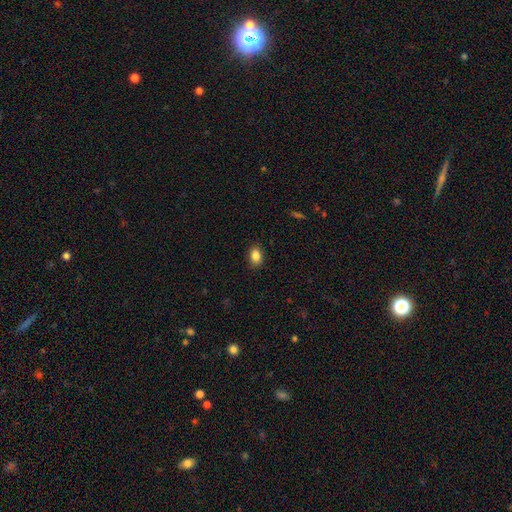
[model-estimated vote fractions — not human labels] This is clearly a smooth galaxy (87%). How rounded: likely in between (78%). Merging: clearly none (87%).